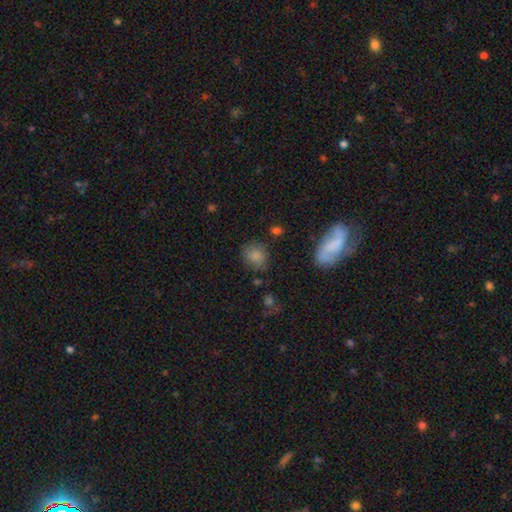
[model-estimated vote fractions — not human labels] Smooth or featured? smooth (82%)
How rounded? round (72%)
Merging? none (75%)